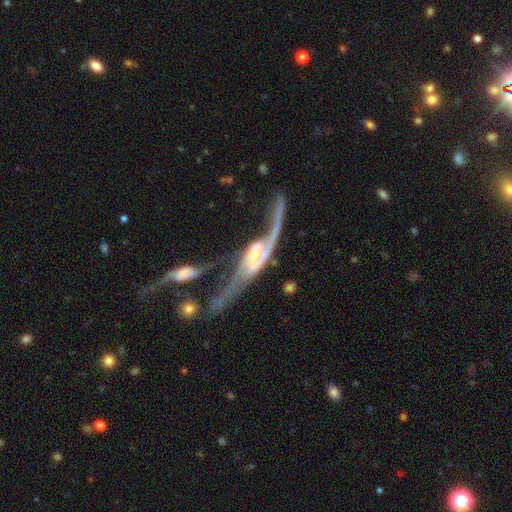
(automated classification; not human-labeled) A featured or disk galaxy (85%) with no bar (50%), 2 (76%) loose (74%) spiral arms (86%) and a small central bulge (44%).

Vote fractions:
- Smooth or featured? featured or disk: 85% / smooth: 10% / star or artifact: 6%
- Edge-on disk? no: 85% / yes: 15%
- Bar? no: 50% / weak: 33% / strong: 17%
- Spiral arms? yes: 86% / no: 14%
- Spiral winding? loose: 74% / medium: 18% / tight: 8%
- Spiral arm count? 2: 76% / 1: 12% / can't tell: 7% / 3: 2% / 4: 1% / more than 4: 1%
- Bulge size? small: 44% / moderate: 40% / none: 7% / large: 6% / dominant: 2%
- Merging? merger: 44% / major disturbance: 30% / none: 16% / minor disturbance: 10%